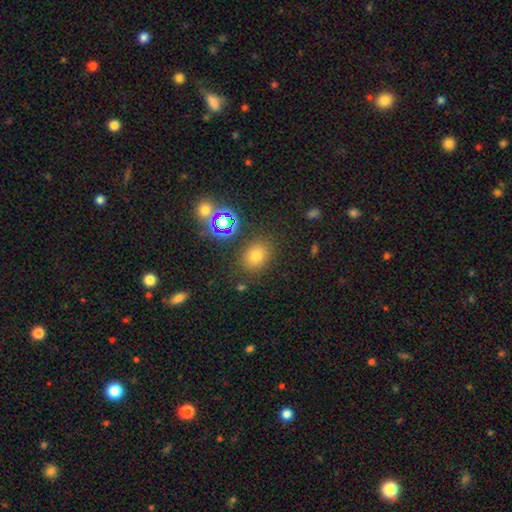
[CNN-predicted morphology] A smooth galaxy with no disk features (68%) that is in between round and cigar-shaped (52%).

Vote fractions:
- Smooth or featured? smooth: 68% / star or artifact: 23% / featured or disk: 9%
- How rounded? in between: 52% / round: 47% / cigar-shaped: 1%
- Merging? none: 82% / minor disturbance: 10% / merger: 4% / major disturbance: 4%